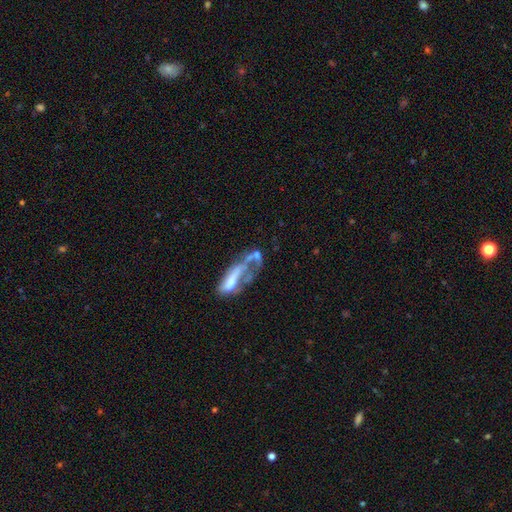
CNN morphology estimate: This is possibly a featured or disk galaxy (51%). It is clearly not viewed edge-on (89%). Merging: marginally major disturbance (37%).